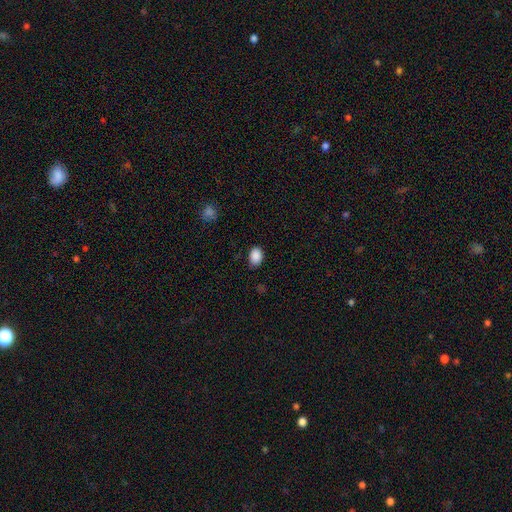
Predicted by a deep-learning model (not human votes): Smooth or featured? Predicted: smooth (p=0.89). How rounded? Predicted: in between (p=0.80). Merging? Predicted: none (p=0.82).